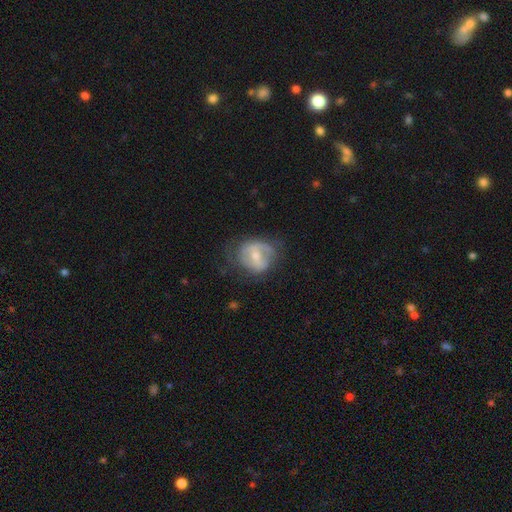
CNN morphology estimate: This appears to be a featured or disk galaxy (60%) with a weak bar (46%), spiral arms (60%) and a moderate central bulge (49%). Merging: none (55%).